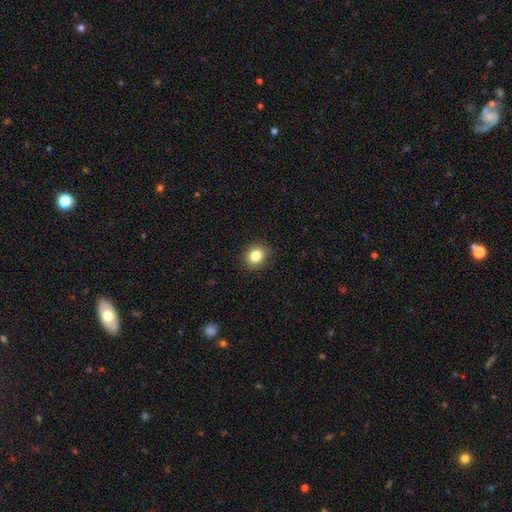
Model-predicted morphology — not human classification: This is clearly a smooth galaxy (83%). How rounded: likely round (67%). Merging: clearly none (91%).